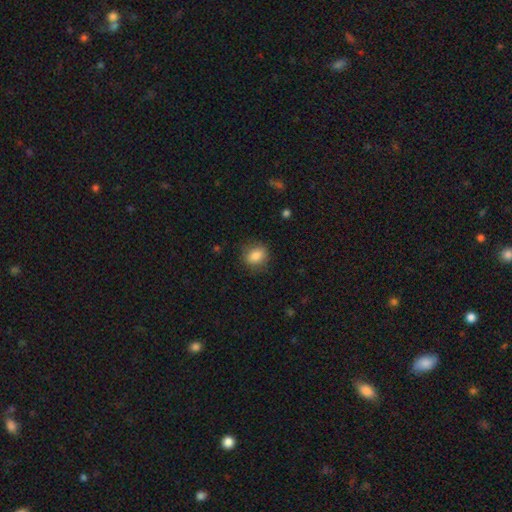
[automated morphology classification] Smooth or featured?
  - smooth: 84% *
  - star or artifact: 9%
  - featured or disk: 7%
How rounded?
  - round: 54% *
  - in between: 45%
  - cigar-shaped: 1%
Merging?
  - none: 81% *
  - minor disturbance: 14%
  - major disturbance: 4%
  - merger: 1%